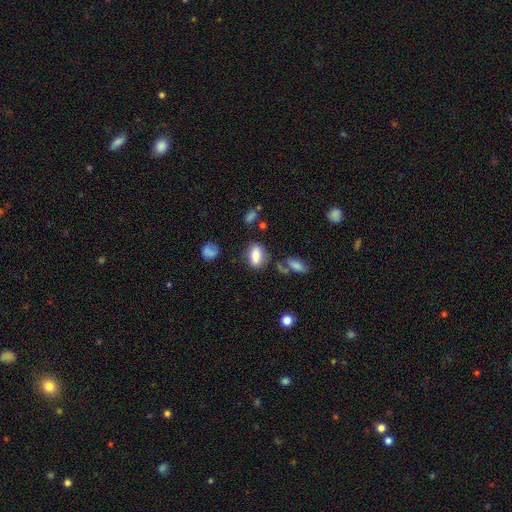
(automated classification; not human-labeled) Smooth or featured? smooth (81%)
How rounded? in between (85%)
Merging? none (69%)